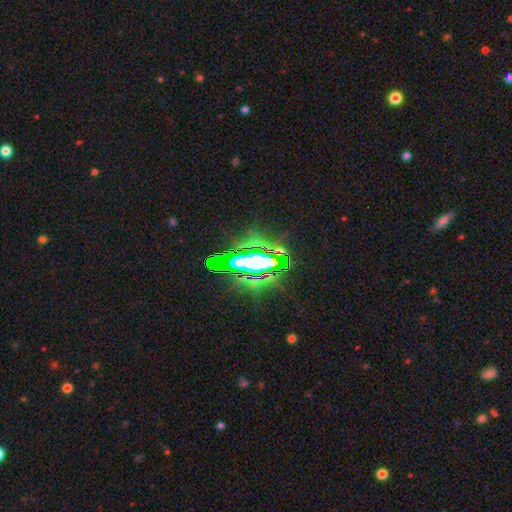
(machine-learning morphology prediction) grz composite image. It shows a star or artifact, not a galaxy (63%).